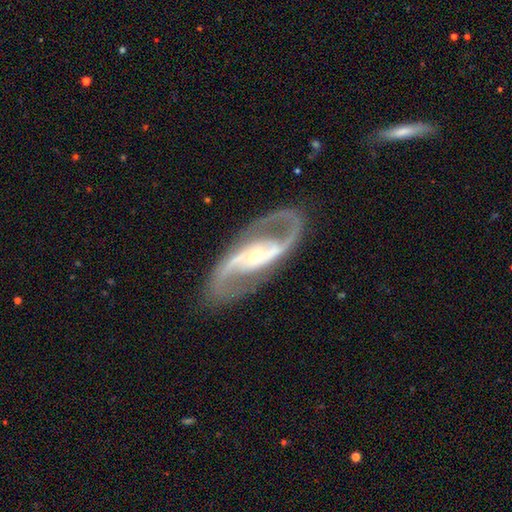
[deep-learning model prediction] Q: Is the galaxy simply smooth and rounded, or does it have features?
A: featured or disk — 92%.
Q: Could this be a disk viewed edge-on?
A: no — 96%.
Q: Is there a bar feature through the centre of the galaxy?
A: no — 38%.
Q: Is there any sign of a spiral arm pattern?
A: yes — 97%.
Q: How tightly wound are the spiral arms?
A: medium — 56%.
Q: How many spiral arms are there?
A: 2 — 94%.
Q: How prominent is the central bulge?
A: small — 52%.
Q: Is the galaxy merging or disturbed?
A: none — 84%.